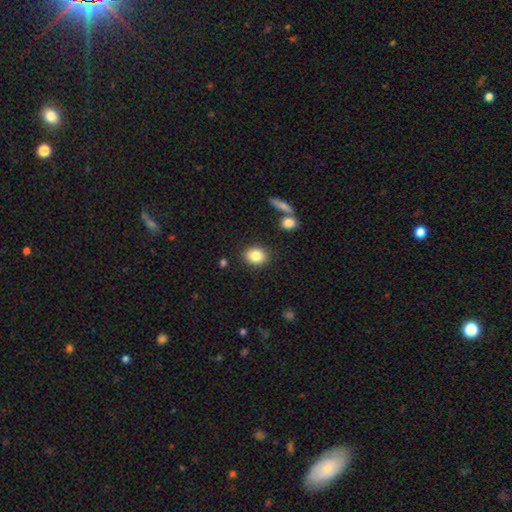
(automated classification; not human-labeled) Smooth or featured?
  - smooth: 83% *
  - star or artifact: 9%
  - featured or disk: 8%
How rounded?
  - in between: 54% *
  - round: 45%
  - cigar-shaped: 1%
Merging?
  - none: 85% *
  - minor disturbance: 9%
  - merger: 3%
  - major disturbance: 3%